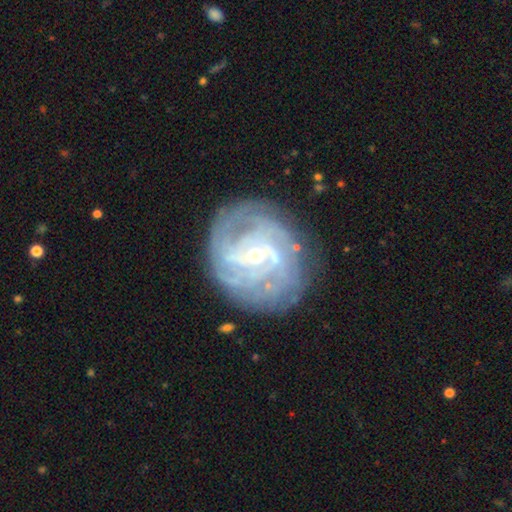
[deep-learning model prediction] A featured or disk galaxy (85%) with a weak bar (44%), tight (69%) spiral arms (92%) and a moderate central bulge (49%). Merging: none (77%).